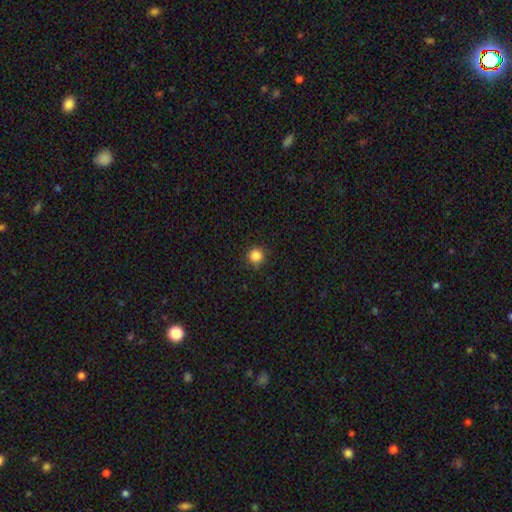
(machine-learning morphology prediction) type=smooth (86%); roundness=round (95%); merging=none (91%).